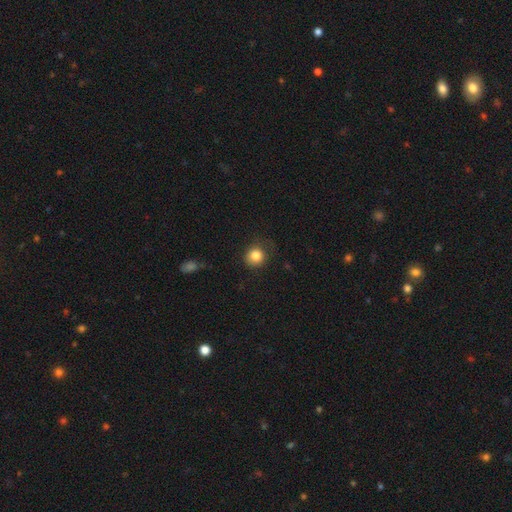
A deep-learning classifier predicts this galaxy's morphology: smooth_or_featured: smooth (p=0.83) [alt: star or artifact p=0.11]
how_rounded: round (p=0.90) [alt: in between p=0.09]
merging: none (p=0.78) [alt: minor disturbance p=0.15]